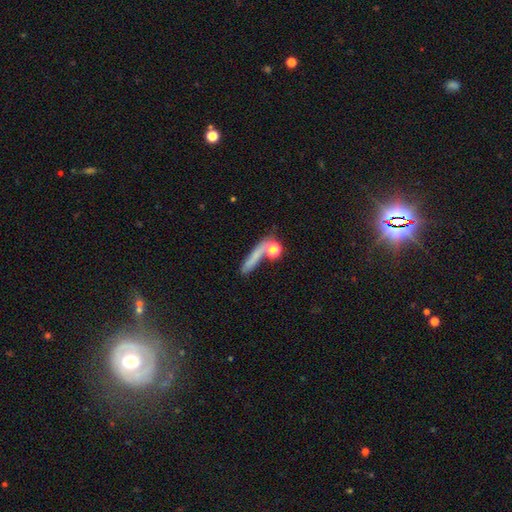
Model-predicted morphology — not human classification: This is likely a smooth galaxy (65%). How rounded: likely cigar-shaped (62%). Merging: likely none (61%).